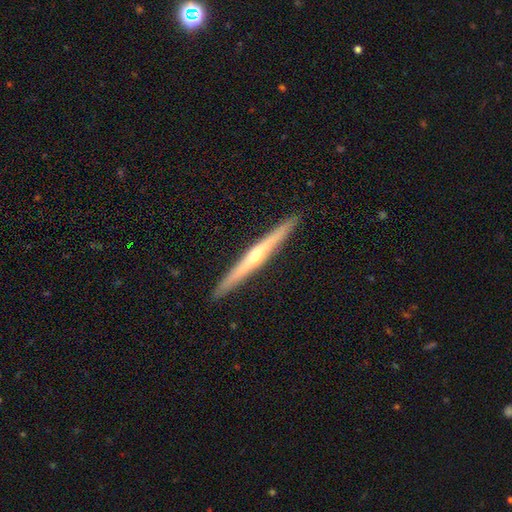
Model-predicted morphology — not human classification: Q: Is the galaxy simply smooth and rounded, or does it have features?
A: featured or disk — 73%.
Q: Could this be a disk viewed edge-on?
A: yes — 98%.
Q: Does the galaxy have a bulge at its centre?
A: rounded — 76%.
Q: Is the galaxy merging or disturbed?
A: none — 92%.